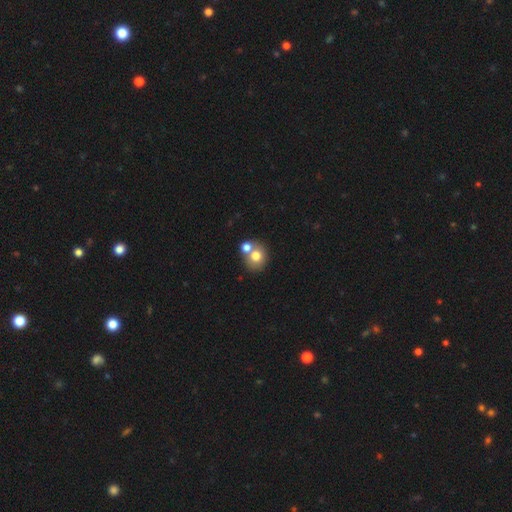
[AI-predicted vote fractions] smooth 73%, featured or disk 17%, star or artifact 10%. Down the decision tree: how rounded — round (75%); merging — merger (46%).